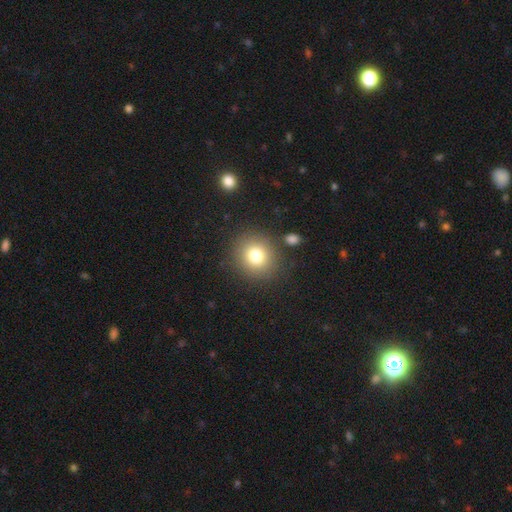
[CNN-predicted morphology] smooth 78%, star or artifact 12%, featured or disk 10%. Down the decision tree: how rounded — round (86%); merging — none (85%).